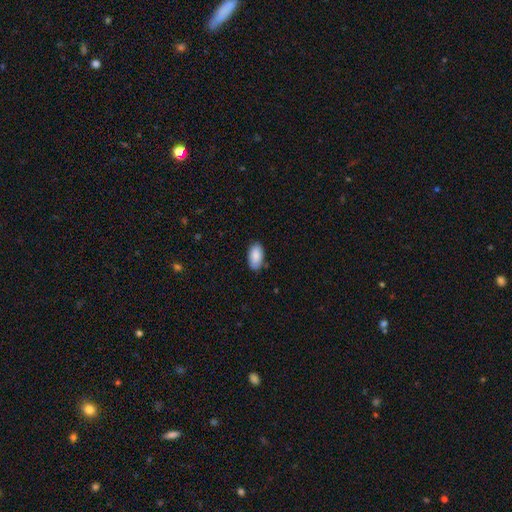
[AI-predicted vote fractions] This is clearly a smooth galaxy (88%). How rounded: clearly in between (95%). Merging: clearly none (83%).